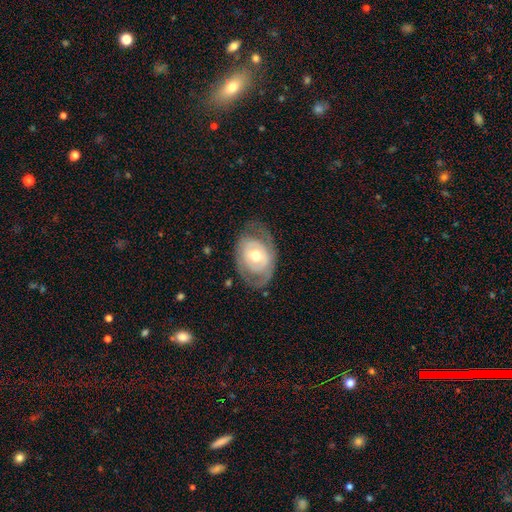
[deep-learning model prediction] A featured or disk galaxy (66%) with no bar (67%), no spiral arms (54%) and a moderate central bulge (72%).

Vote fractions:
- Smooth or featured? featured or disk: 66% / smooth: 29% / star or artifact: 5%
- Edge-on disk? no: 94% / yes: 6%
- Bar? no: 67% / weak: 25% / strong: 9%
- Spiral arms? no: 54% / yes: 46%
- Bulge size? moderate: 72% / small: 17% / large: 10% / dominant: 1% / none: 1%
- Merging? none: 65% / minor disturbance: 21% / major disturbance: 13% / merger: 1%